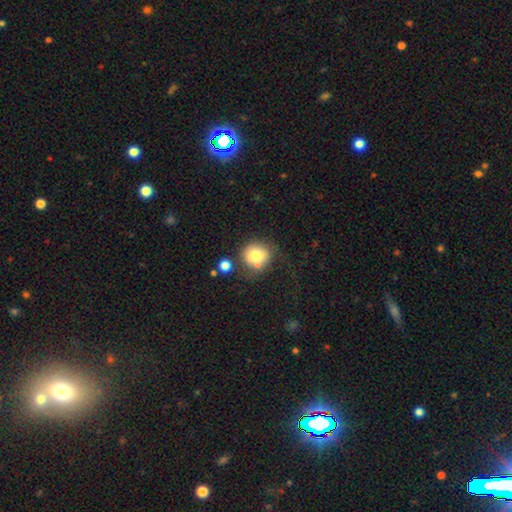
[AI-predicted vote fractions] Smooth or featured? Predicted: smooth (p=0.75). How rounded? Predicted: round (p=0.81). Merging? Predicted: none (p=0.52).